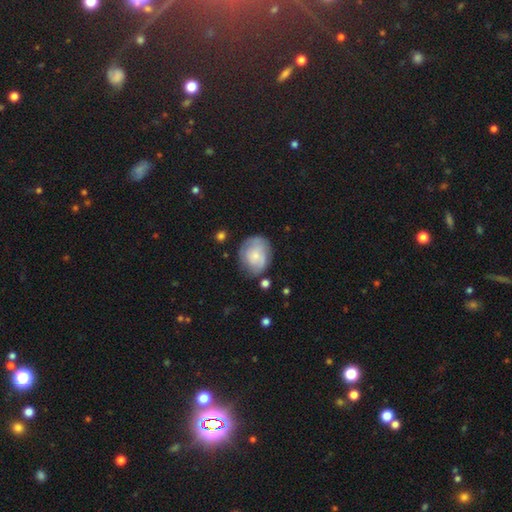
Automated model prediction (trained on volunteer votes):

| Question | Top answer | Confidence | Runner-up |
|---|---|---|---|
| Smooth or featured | smooth | 54% | featured or disk (39%) |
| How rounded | round | 63% | in between (36%) |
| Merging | none | 63% | minor disturbance (25%) |